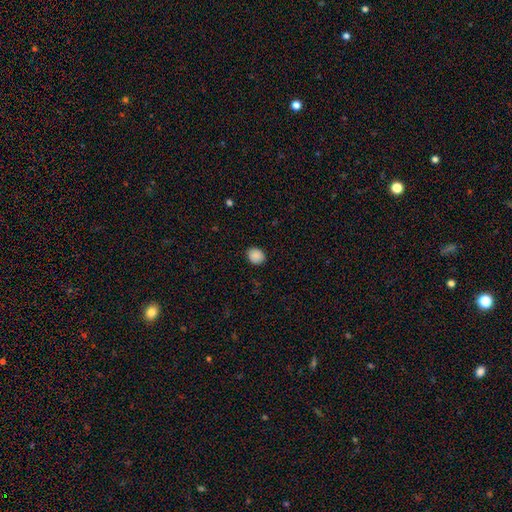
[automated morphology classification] Q: Smooth or featured?
A: smooth (89%); runner-up: star or artifact (8%)
Q: How rounded?
A: round (65%); runner-up: in between (34%)
Q: Merging?
A: none (88%); runner-up: minor disturbance (9%)